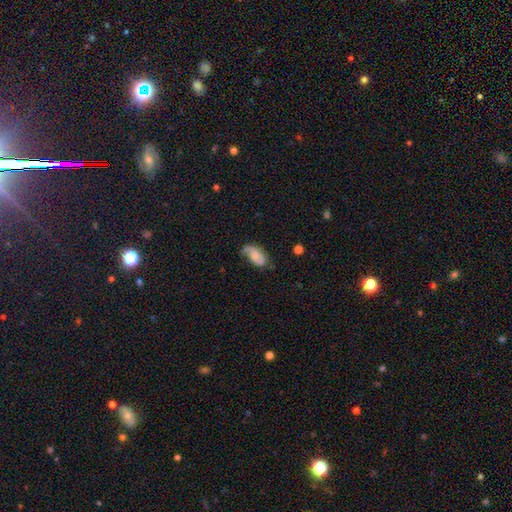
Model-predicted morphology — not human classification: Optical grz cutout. It shows a featured or disk galaxy (47%). Merging: none (47%).